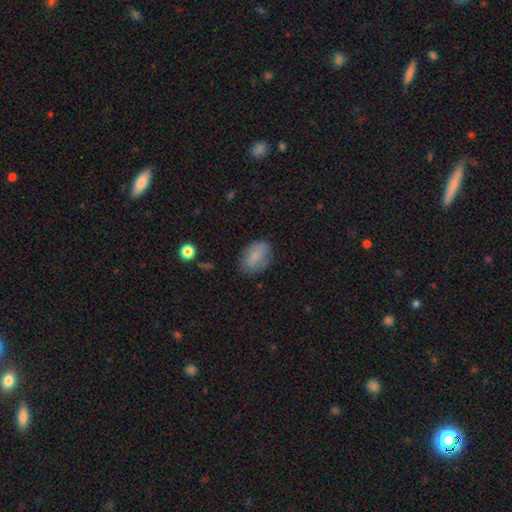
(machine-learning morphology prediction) smooth_or_featured: smooth (p=0.74) [alt: featured or disk p=0.19]
how_rounded: in between (p=0.83) [alt: round p=0.15]
merging: none (p=0.77) [alt: minor disturbance p=0.17]